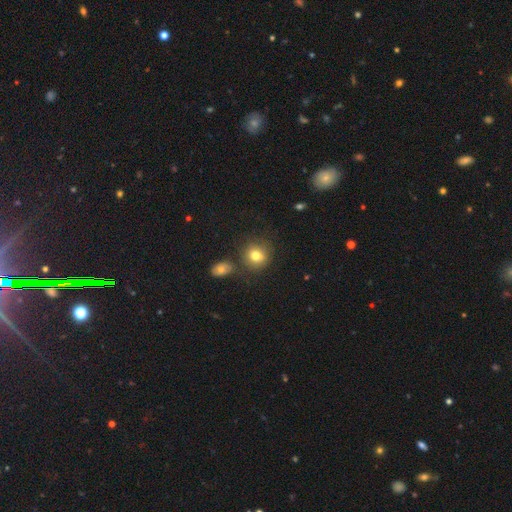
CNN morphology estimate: The model was most divided on "how rounded": round: 76%, in between: 23%, cigar-shaped: 1%. More confident: smooth or featured — smooth (78%); merging — none (75%).